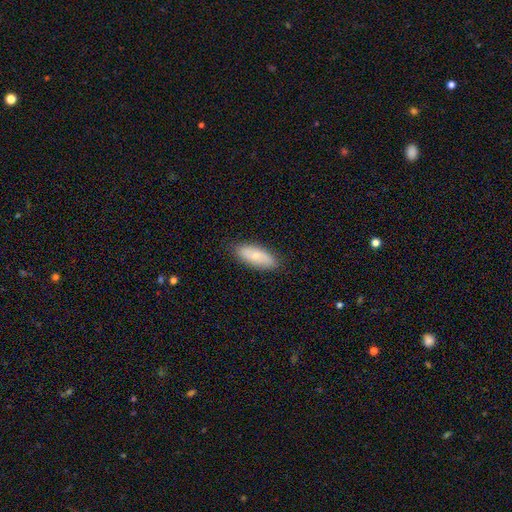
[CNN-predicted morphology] smooth-or-featured: smooth: 69% | featured or disk: 25% | star or artifact: 6%
  how-rounded: in between: 74% | cigar-shaped: 23% | round: 2%
  merging: none: 85% | minor disturbance: 12% | major disturbance: 2% | merger: 1%